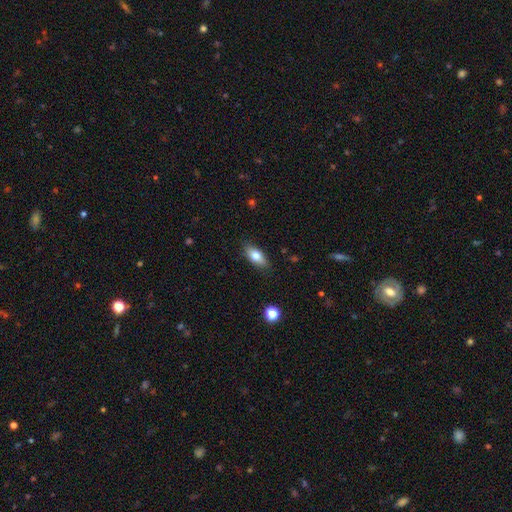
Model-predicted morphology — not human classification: Q: Smooth or featured?
A: smooth (75%); runner-up: featured or disk (17%)
Q: How rounded?
A: in between (83%); runner-up: cigar-shaped (13%)
Q: Merging?
A: none (85%); runner-up: minor disturbance (11%)